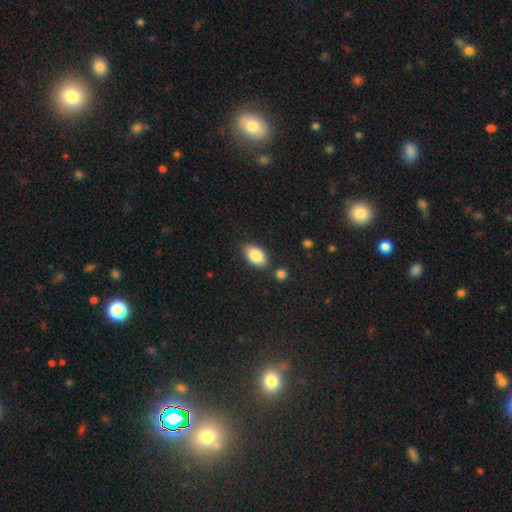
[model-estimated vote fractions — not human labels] smooth_or_featured: smooth (p=0.85) [alt: featured or disk p=0.08]
how_rounded: in between (p=0.91) [alt: round p=0.07]
merging: none (p=0.74) [alt: minor disturbance p=0.16]